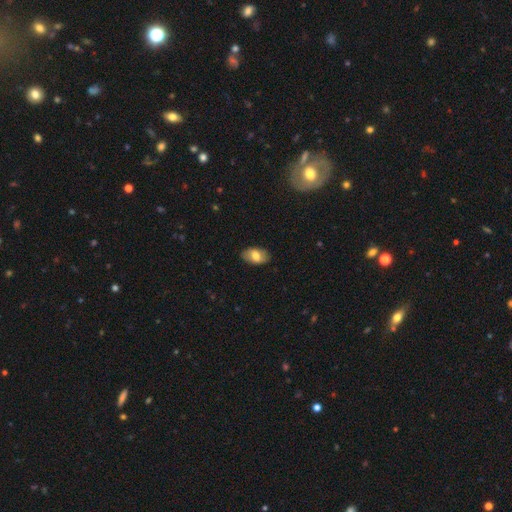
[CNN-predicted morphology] Q: Smooth or featured?
A: smooth (70%); runner-up: featured or disk (23%)
Q: How rounded?
A: in between (92%); runner-up: round (7%)
Q: Merging?
A: none (85%); runner-up: minor disturbance (11%)